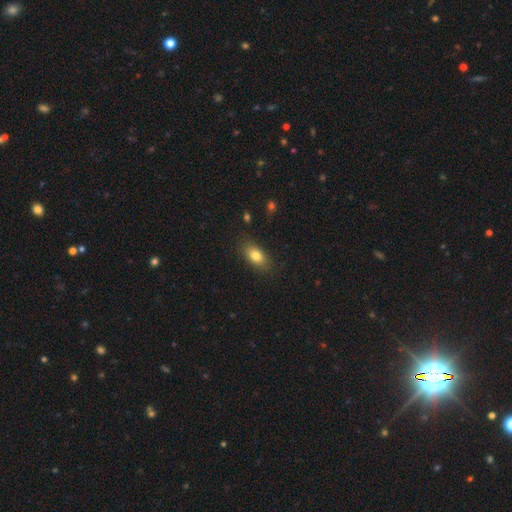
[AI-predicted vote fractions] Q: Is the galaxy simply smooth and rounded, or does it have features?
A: smooth — 81%.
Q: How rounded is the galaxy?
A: in between — 86%.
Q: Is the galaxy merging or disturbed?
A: none — 84%.